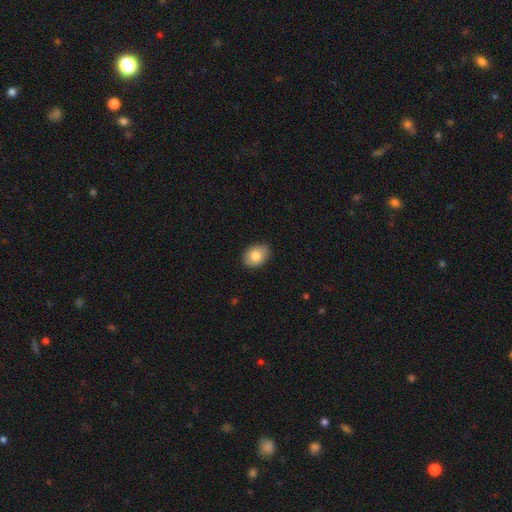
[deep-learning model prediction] A smooth galaxy with no disk features (81%) that is in between round and cigar-shaped (70%). Merging: none (87%).